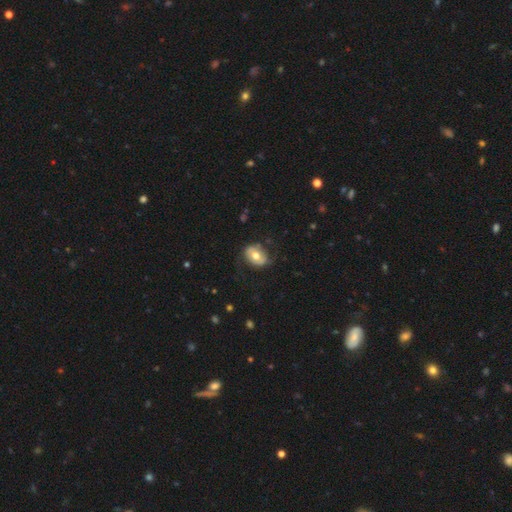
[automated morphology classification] The model was most divided on "how rounded": in between: 59%, round: 40%, cigar-shaped: 1%. More confident: merging — none (68%); smooth or featured — smooth (58%).